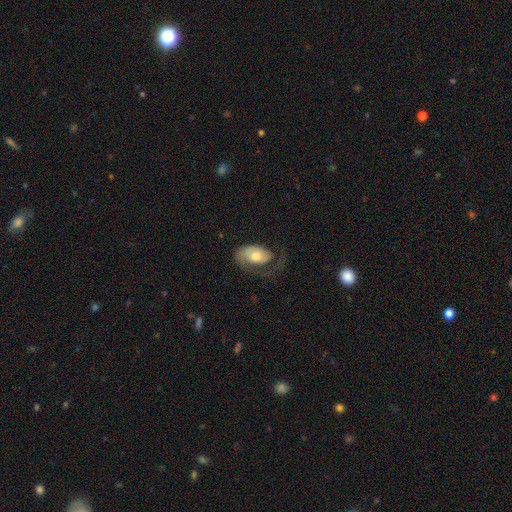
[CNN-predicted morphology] type=featured or disk (51%); edge-on=no (95%); merging=major disturbance (43%).